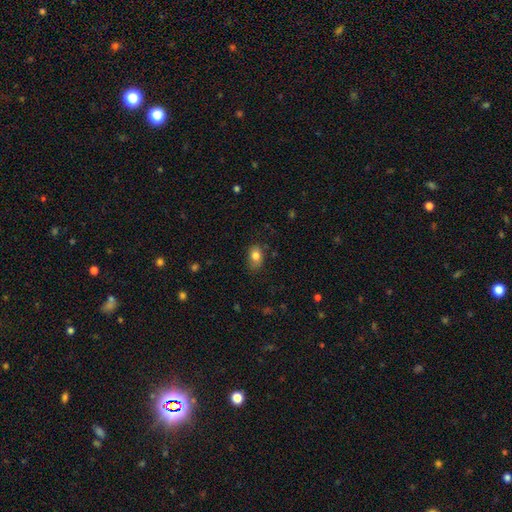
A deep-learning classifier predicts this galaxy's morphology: A smooth galaxy with no disk features (82%) that is in between round and cigar-shaped (73%).

Vote fractions:
- Smooth or featured? smooth: 82% / star or artifact: 10% / featured or disk: 9%
- How rounded? in between: 73% / round: 25% / cigar-shaped: 1%
- Merging? none: 66% / minor disturbance: 26% / major disturbance: 6% / merger: 2%